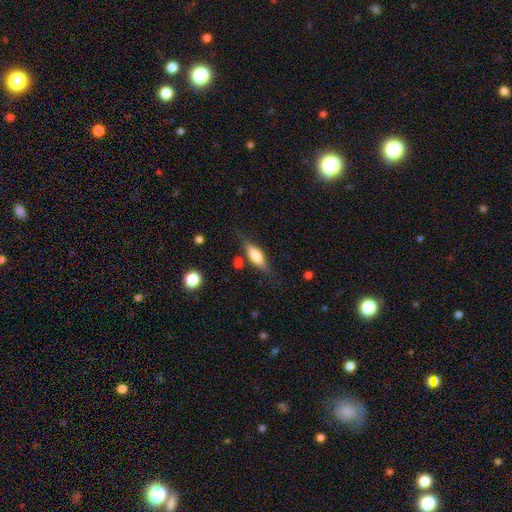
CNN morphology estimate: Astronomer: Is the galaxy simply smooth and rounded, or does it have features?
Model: smooth — 54% (runner-up: featured or disk, 39%).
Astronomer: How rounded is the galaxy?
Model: in between — 50% (runner-up: cigar-shaped, 47%).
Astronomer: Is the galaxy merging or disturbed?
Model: none — 72%.